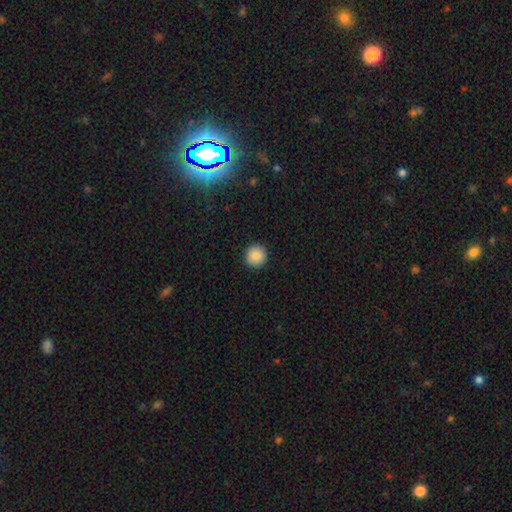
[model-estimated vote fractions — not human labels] smooth 87%, star or artifact 8%, featured or disk 4%. Down the decision tree: how rounded — round (95%); merging — none (93%).